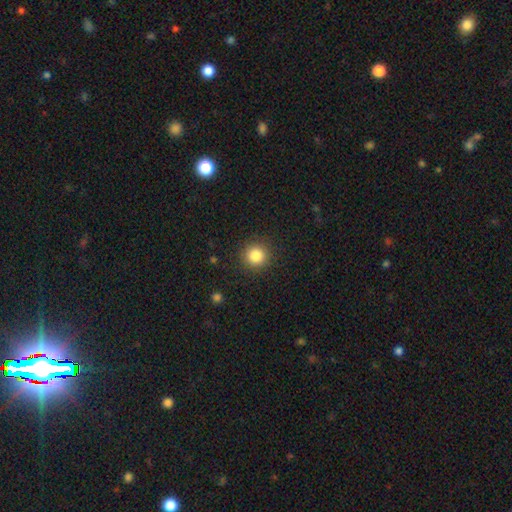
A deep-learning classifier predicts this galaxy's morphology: This appears to be a smooth galaxy with no disk features (84%) that is round (94%). Merging: none (90%).